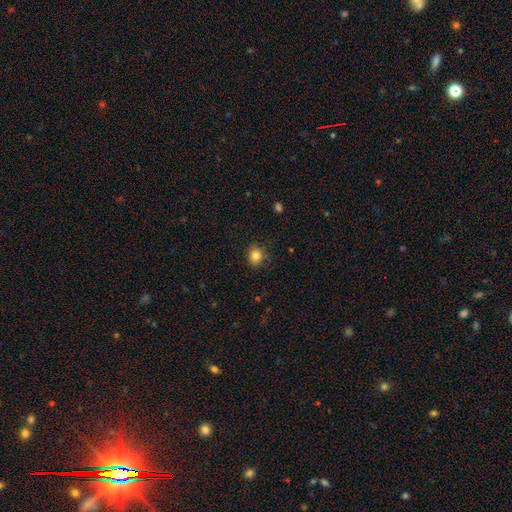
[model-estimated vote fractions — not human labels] Smooth or featured?
  - smooth: 83% *
  - star or artifact: 11%
  - featured or disk: 5%
How rounded?
  - round: 79% *
  - in between: 20%
  - cigar-shaped: 1%
Merging?
  - none: 86% *
  - minor disturbance: 11%
  - major disturbance: 3%
  - merger: 1%